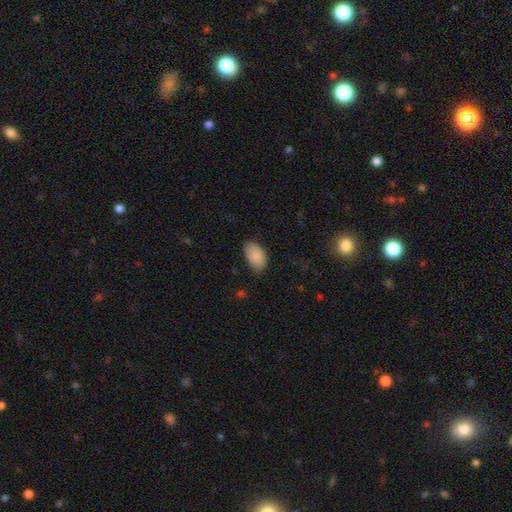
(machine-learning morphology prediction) A smooth galaxy with no disk features (89%) that is in between round and cigar-shaped (94%).

Vote fractions:
- Smooth or featured? smooth: 89% / star or artifact: 7% / featured or disk: 5%
- How rounded? in between: 94% / round: 5% / cigar-shaped: 1%
- Merging? none: 73% / minor disturbance: 22% / major disturbance: 4% / merger: 1%